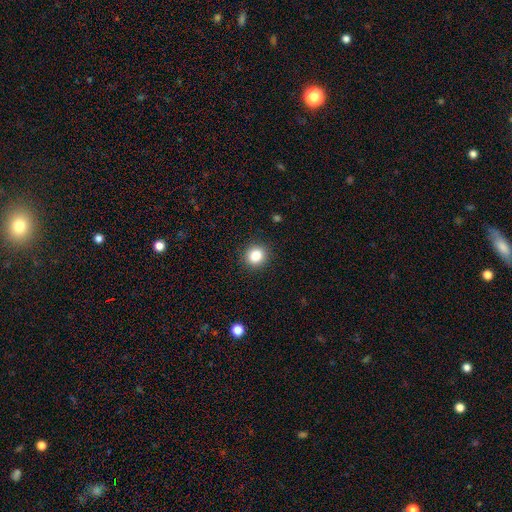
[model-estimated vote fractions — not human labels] smooth-or-featured: smooth: 84% | star or artifact: 10% | featured or disk: 5%
  how-rounded: round: 87% | in between: 12% | cigar-shaped: 1%
  merging: none: 91% | minor disturbance: 6% | major disturbance: 2% | merger: 1%